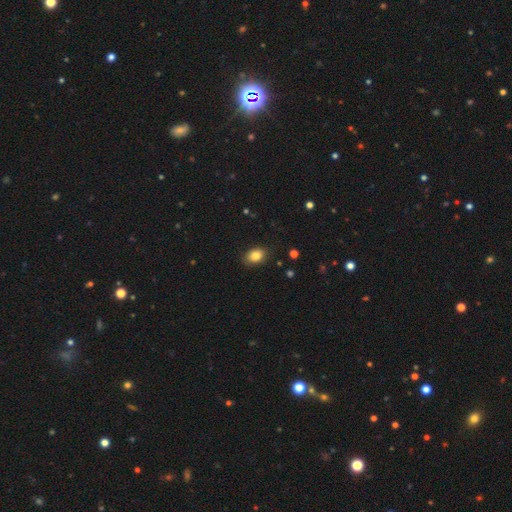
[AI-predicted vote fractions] Q: Smooth or featured?
A: smooth (84%); runner-up: star or artifact (9%)
Q: How rounded?
A: in between (72%); runner-up: round (27%)
Q: Merging?
A: none (84%); runner-up: minor disturbance (12%)